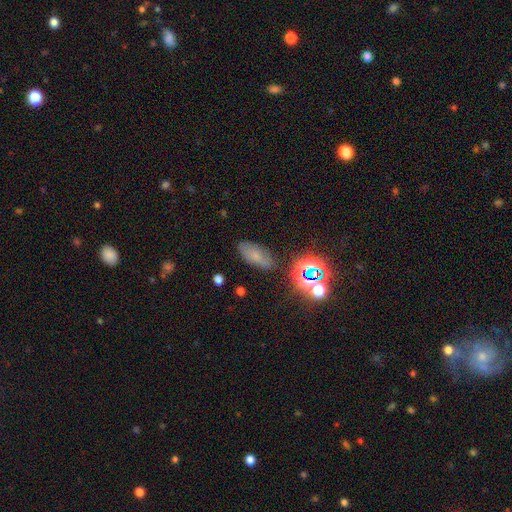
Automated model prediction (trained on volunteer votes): Smooth or featured?
  - smooth: 55% *
  - star or artifact: 26%
  - featured or disk: 19%
How rounded?
  - in between: 83% *
  - cigar-shaped: 9%
  - round: 8%
Merging?
  - none: 75% *
  - minor disturbance: 17%
  - major disturbance: 5%
  - merger: 3%